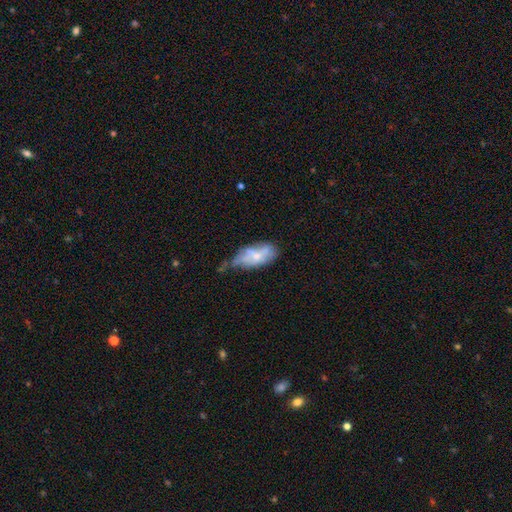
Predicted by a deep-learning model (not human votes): This is possibly a smooth galaxy (48%). Merging: marginally minor disturbance (34%).